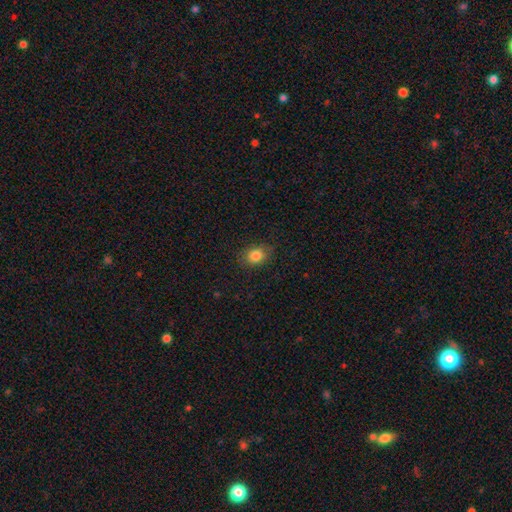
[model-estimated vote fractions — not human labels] A smooth galaxy with no disk features (84%) that is in between round and cigar-shaped (62%).

Vote fractions:
- Smooth or featured? smooth: 84% / star or artifact: 10% / featured or disk: 6%
- How rounded? in between: 62% / round: 36% / cigar-shaped: 1%
- Merging? none: 83% / minor disturbance: 13% / major disturbance: 3% / merger: 1%